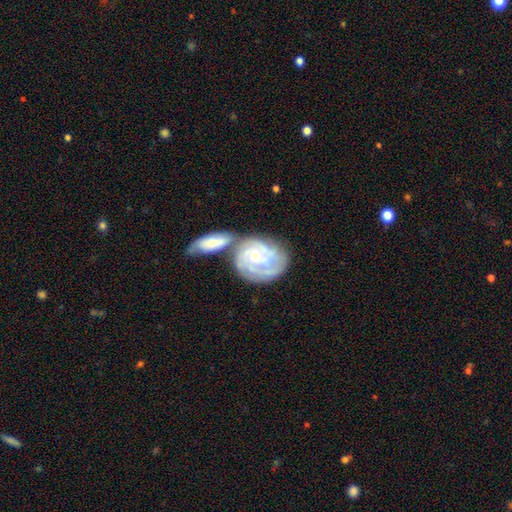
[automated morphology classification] Overall: featured or disk (81%). Edge-on disk: no (97%). Bar: no (71%). Spiral arms: yes (94%). Spiral arm count: can't tell (35%; 3 24%). Spiral winding: tight (73%). Bulge size: small (62%; moderate 34%). Merging: merger (42%; none 36%).